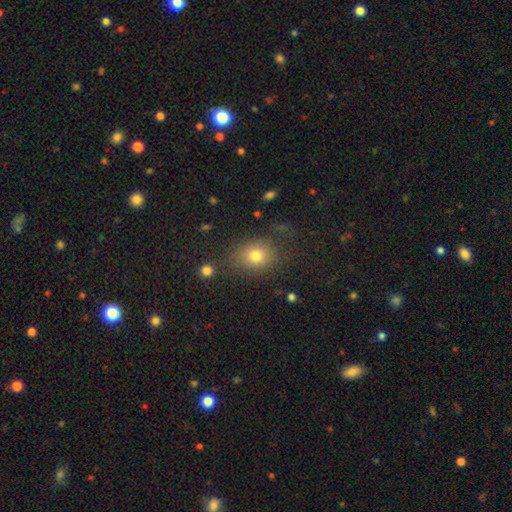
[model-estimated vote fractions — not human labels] This appears to be a smooth galaxy with no disk features (75%) that is in between round and cigar-shaped (52%). Merging: none (74%).